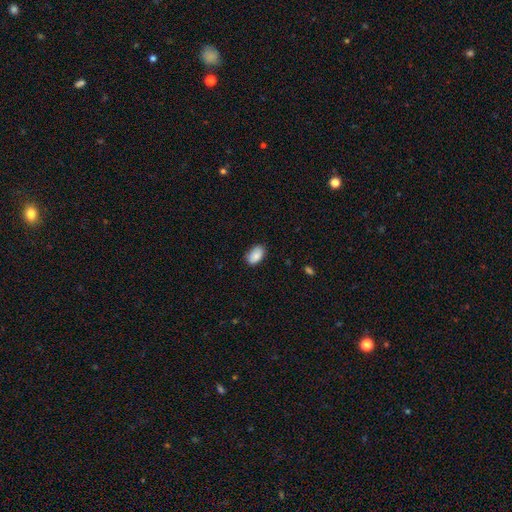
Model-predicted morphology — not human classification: Smooth or featured?
  - smooth: 87% *
  - star or artifact: 7%
  - featured or disk: 5%
How rounded?
  - in between: 92% *
  - round: 7%
  - cigar-shaped: 1%
Merging?
  - none: 80% *
  - minor disturbance: 16%
  - major disturbance: 3%
  - merger: 1%